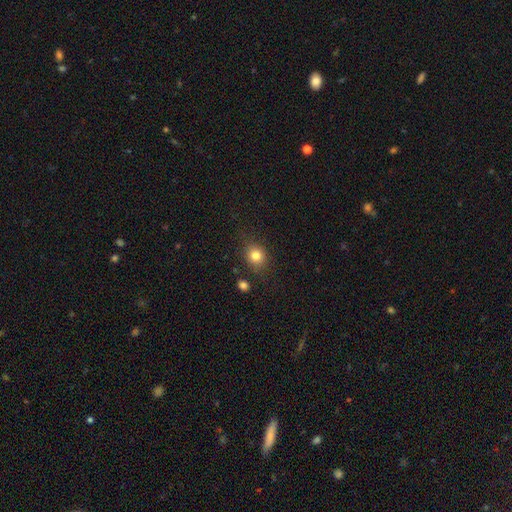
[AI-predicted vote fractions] This is clearly a smooth galaxy (81%). How rounded: likely round (70%). Merging: likely none (80%).